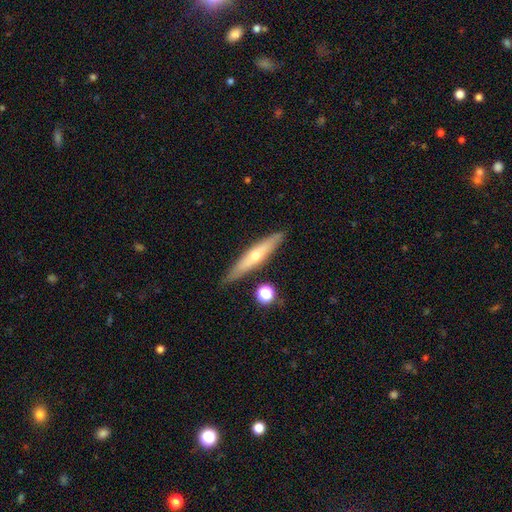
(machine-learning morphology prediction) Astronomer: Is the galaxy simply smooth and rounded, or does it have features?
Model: featured or disk — 53% (runner-up: smooth, 40%).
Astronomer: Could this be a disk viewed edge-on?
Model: yes — 89%.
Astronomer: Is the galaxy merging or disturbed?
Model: none — 86%.